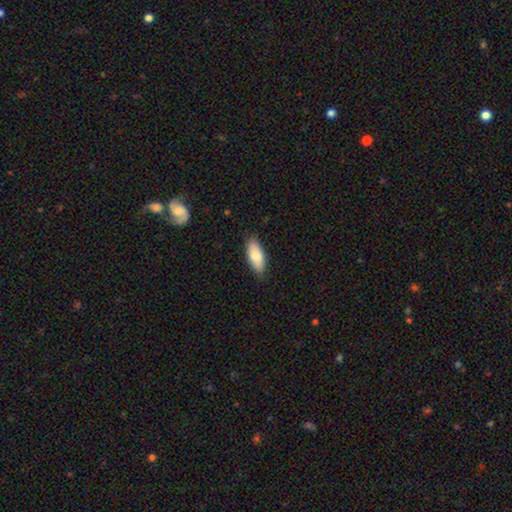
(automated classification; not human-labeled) smooth_or_featured: smooth (p=0.81) [alt: featured or disk p=0.13]
how_rounded: in between (p=0.82) [alt: cigar-shaped p=0.16]
merging: none (p=0.85) [alt: minor disturbance p=0.12]